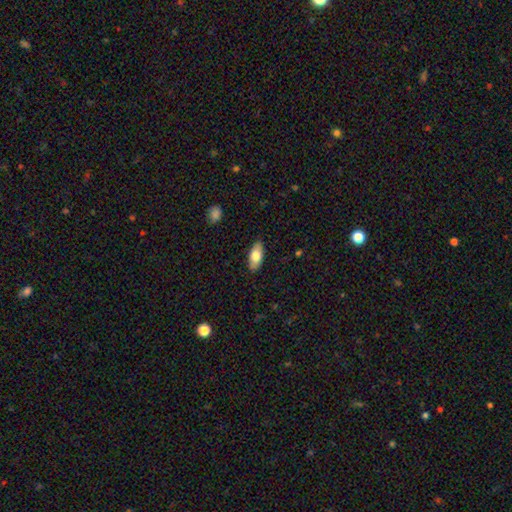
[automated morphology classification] Smooth or featured? smooth (74%)
How rounded? in between (88%)
Merging? none (88%)